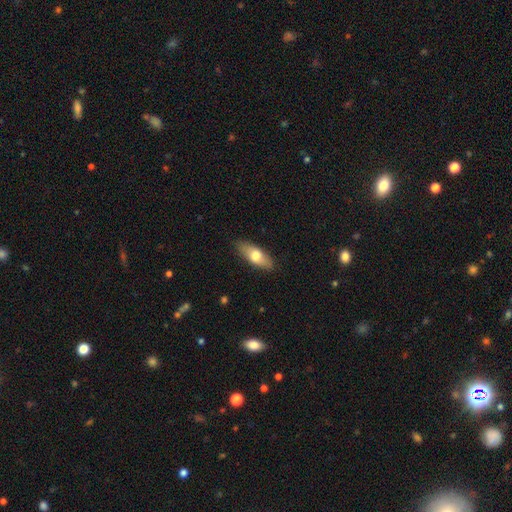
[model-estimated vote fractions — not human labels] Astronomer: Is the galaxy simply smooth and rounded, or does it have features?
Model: smooth — 67%.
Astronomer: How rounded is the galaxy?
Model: in between — 74%.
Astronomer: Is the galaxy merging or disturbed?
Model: none — 85%.